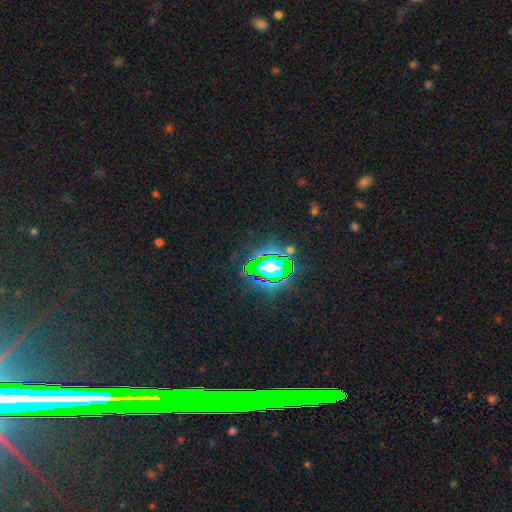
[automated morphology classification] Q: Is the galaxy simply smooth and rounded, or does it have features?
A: star or artifact — 80%.